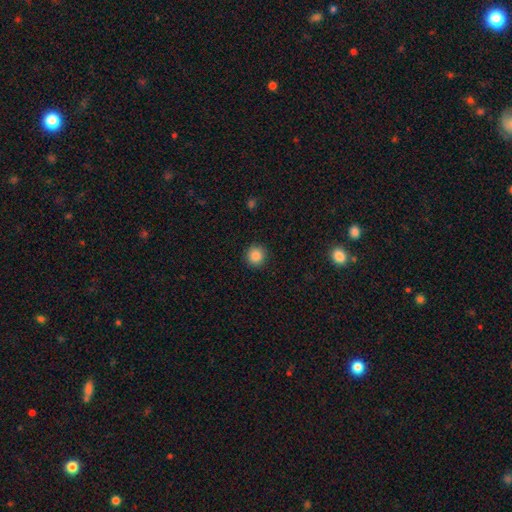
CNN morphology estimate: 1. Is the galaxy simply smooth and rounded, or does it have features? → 86% smooth, 10% star or artifact, 4% featured or disk.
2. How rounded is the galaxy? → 94% round, 5% in between, 1% cigar-shaped.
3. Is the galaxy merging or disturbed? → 91% none, 6% minor disturbance, 2% major disturbance, 1% merger.